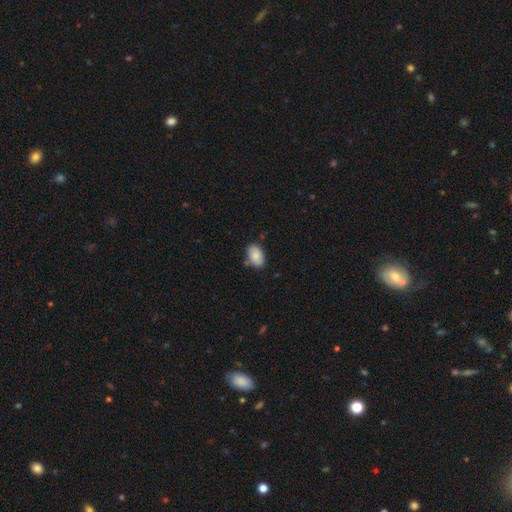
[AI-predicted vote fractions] smooth 86%, featured or disk 7%, star or artifact 7%. Down the decision tree: how rounded — in between (92%); merging — none (72%).